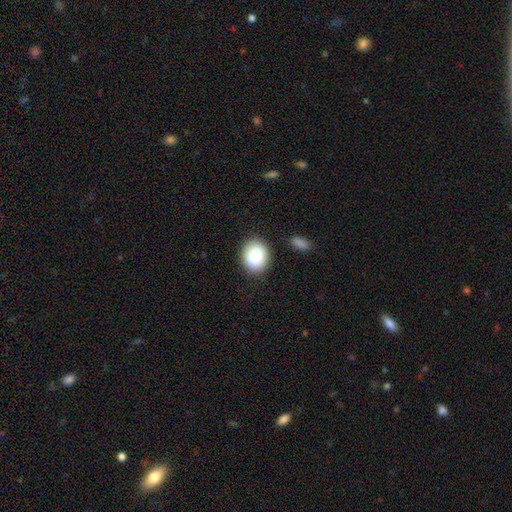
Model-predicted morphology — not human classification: Smooth or featured? Predicted: smooth (p=0.86). How rounded? Predicted: round (p=0.58). Merging? Predicted: none (p=0.84).